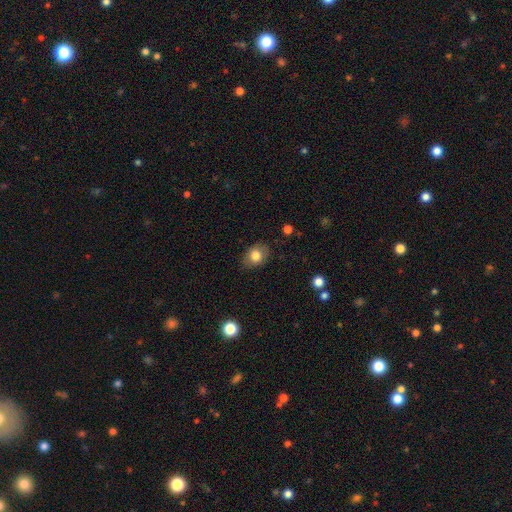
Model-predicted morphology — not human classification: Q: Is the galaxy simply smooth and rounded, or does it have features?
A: smooth — 80%.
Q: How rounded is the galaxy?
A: in between — 61%.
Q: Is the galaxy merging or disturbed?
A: none — 82%.